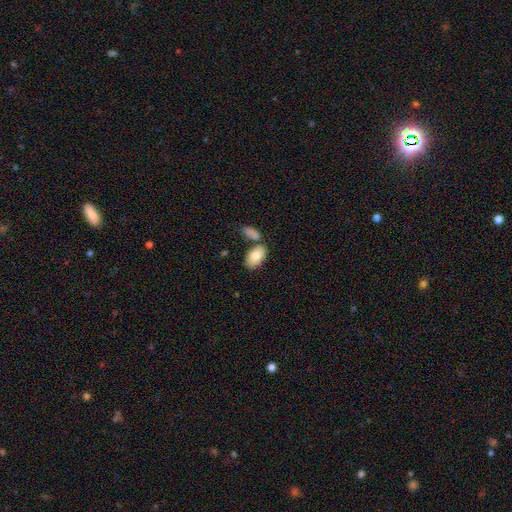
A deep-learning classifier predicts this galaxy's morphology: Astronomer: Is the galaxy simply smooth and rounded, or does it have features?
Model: smooth — 80%.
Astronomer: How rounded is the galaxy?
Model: in between — 93%.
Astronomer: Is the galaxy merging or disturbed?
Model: none — 62%.